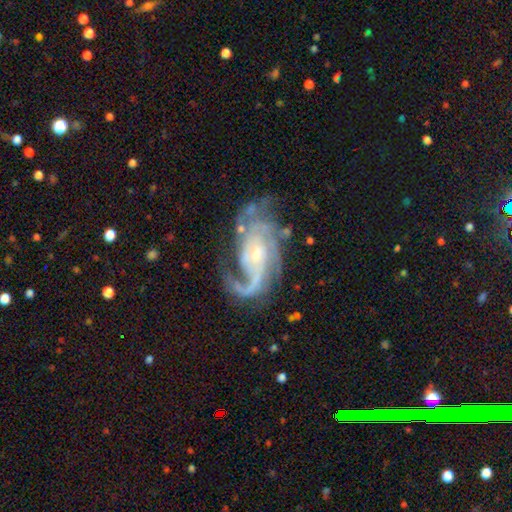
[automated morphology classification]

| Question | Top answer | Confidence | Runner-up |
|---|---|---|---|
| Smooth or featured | featured or disk | 91% | star or artifact (5%) |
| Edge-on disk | no | 97% | yes (3%) |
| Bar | no | 63% | weak (28%) |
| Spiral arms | yes | 98% | no (2%) |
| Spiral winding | medium | 46% | tight (39%) |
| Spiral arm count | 2 | 38% | 3 (23%) |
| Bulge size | small | 66% | moderate (29%) |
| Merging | none | 62% | minor disturbance (19%) |